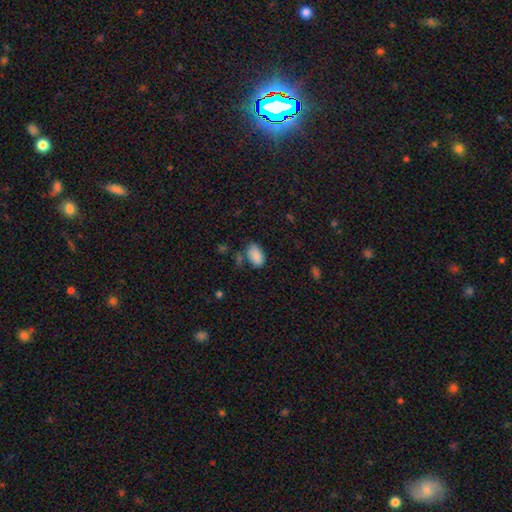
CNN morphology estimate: This is clearly a smooth galaxy (86%). How rounded: clearly in between (92%). Merging: likely none (64%).